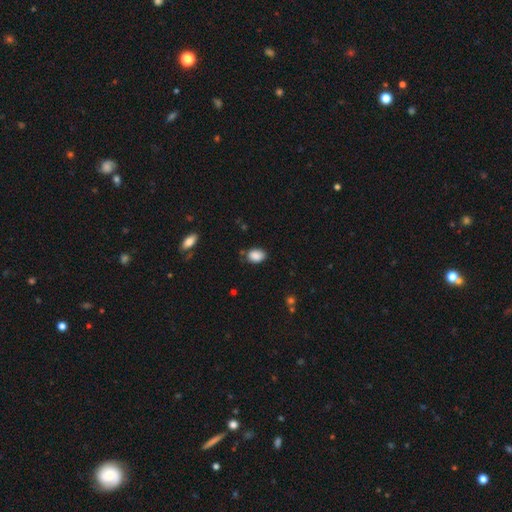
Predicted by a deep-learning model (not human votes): smooth 88%, star or artifact 8%, featured or disk 4%. Down the decision tree: how rounded — in between (78%); merging — none (75%).